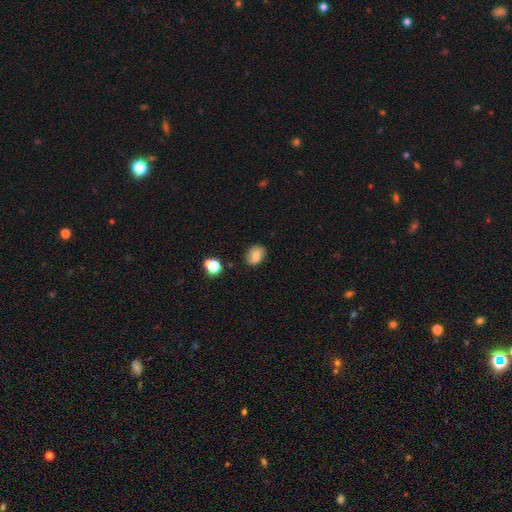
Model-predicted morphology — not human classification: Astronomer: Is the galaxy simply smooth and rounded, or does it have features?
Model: smooth — 76%.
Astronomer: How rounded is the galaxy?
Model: in between — 68%.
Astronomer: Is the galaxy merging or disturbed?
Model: none — 80%.